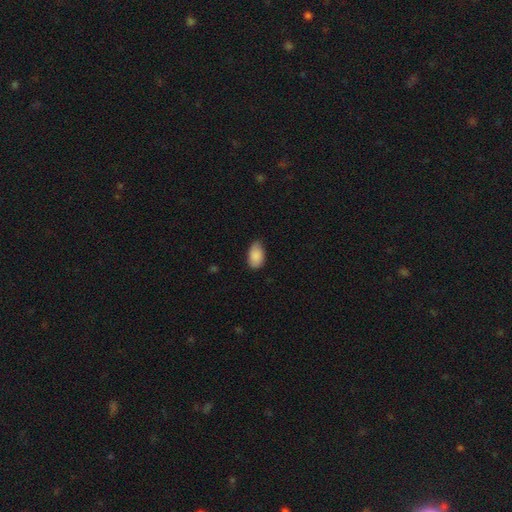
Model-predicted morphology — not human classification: smooth-or-featured: smooth: 89% | star or artifact: 6% | featured or disk: 5%
  how-rounded: in between: 93% | round: 5% | cigar-shaped: 2%
  merging: none: 72% | minor disturbance: 24% | major disturbance: 3% | merger: 1%